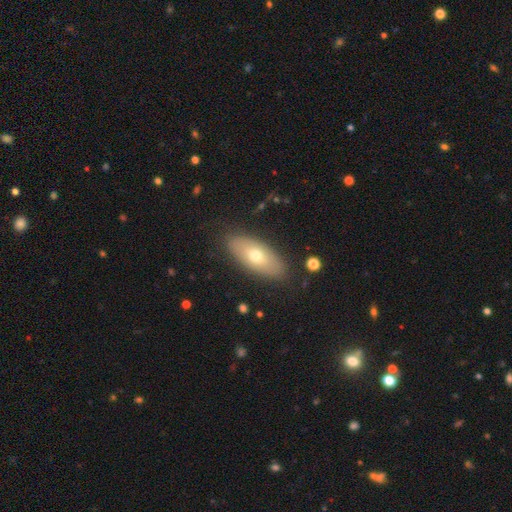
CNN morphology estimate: smooth_or_featured: smooth (p=0.62) [alt: featured or disk p=0.31]
how_rounded: in between (p=0.84) [alt: cigar-shaped p=0.12]
merging: none (p=0.86) [alt: minor disturbance p=0.10]